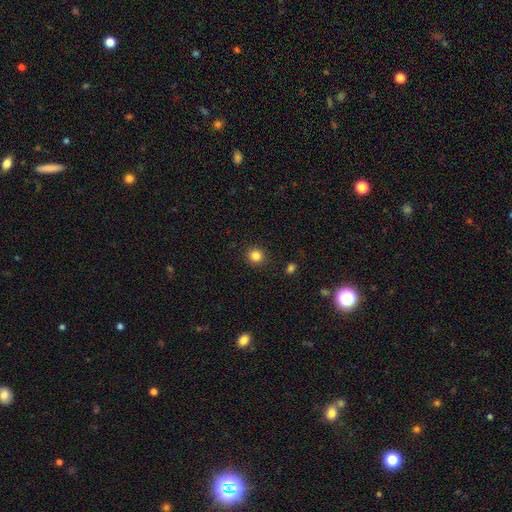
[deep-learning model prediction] Overall: smooth (84%). How rounded: round (92%). Merging: none (91%).